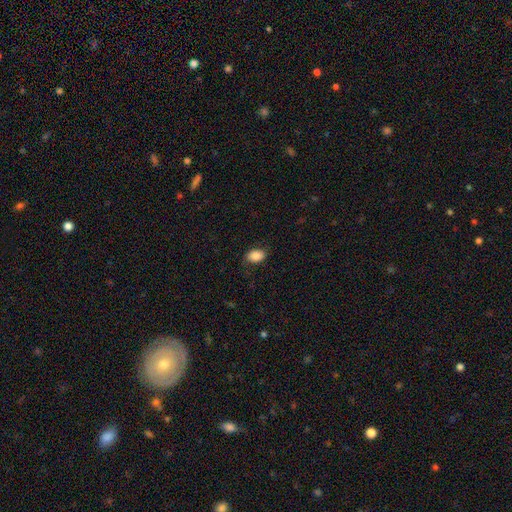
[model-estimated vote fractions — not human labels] Smooth or featured? smooth (86%)
How rounded? in between (85%)
Merging? none (81%)